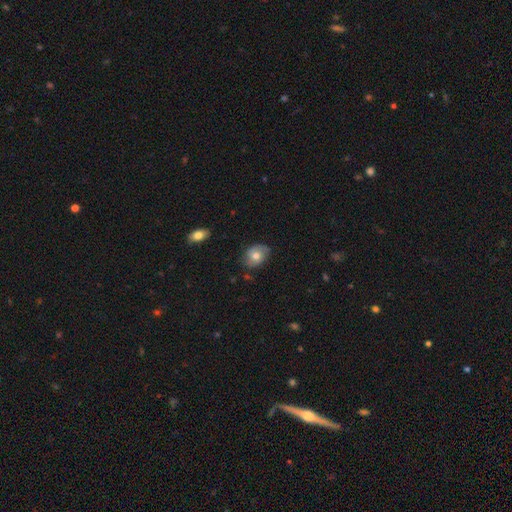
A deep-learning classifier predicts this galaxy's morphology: A smooth galaxy with no disk features (57%) that is in between round and cigar-shaped (68%).

Vote fractions:
- Smooth or featured? smooth: 57% / featured or disk: 35% / star or artifact: 8%
- How rounded? in between: 68% / round: 31% / cigar-shaped: 1%
- Merging? none: 73% / minor disturbance: 21% / major disturbance: 4% / merger: 2%